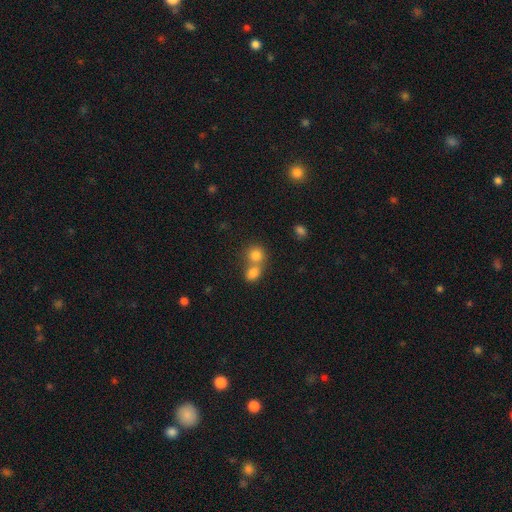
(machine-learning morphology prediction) This appears to be a smooth galaxy with no disk features (80%) that is round (79%). Merging: merger (55%).